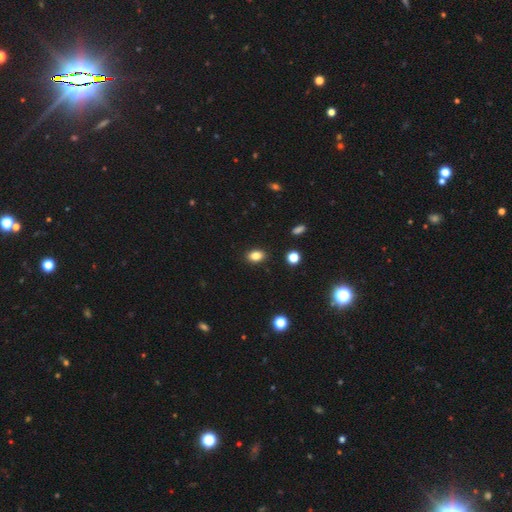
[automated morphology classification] A smooth galaxy with no disk features (83%) that is in between round and cigar-shaped (79%).

Vote fractions:
- Smooth or featured? smooth: 83% / star or artifact: 11% / featured or disk: 6%
- How rounded? in between: 79% / round: 19% / cigar-shaped: 2%
- Merging? none: 89% / minor disturbance: 8% / major disturbance: 2% / merger: 1%